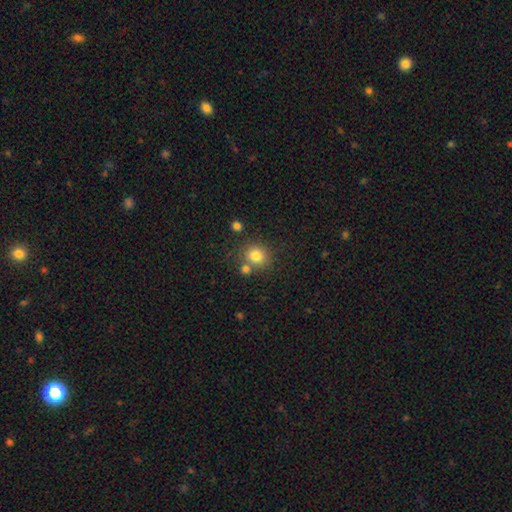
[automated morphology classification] smooth 80%, star or artifact 12%, featured or disk 8%. Down the decision tree: how rounded — round (78%); merging — none (69%).